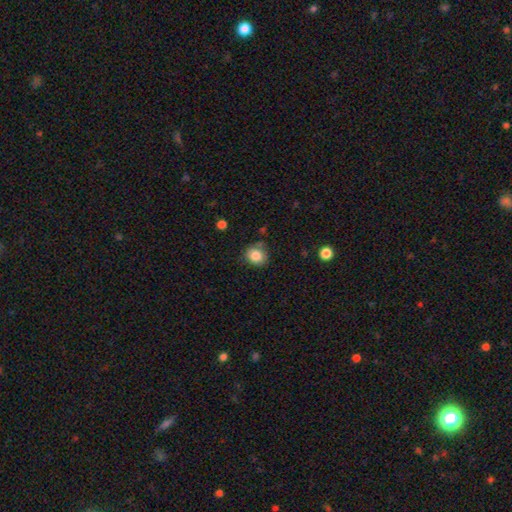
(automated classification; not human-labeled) Morphology: type=smooth (84%); roundness=round (78%); merging=none (78%).